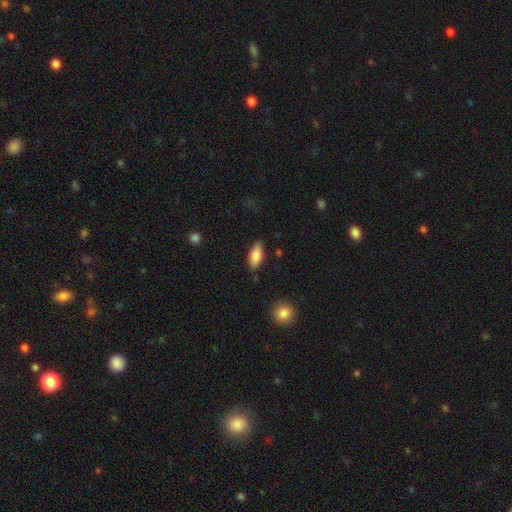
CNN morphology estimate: Smooth or featured?
  - smooth: 84% *
  - featured or disk: 10%
  - star or artifact: 6%
How rounded?
  - in between: 86% *
  - cigar-shaped: 12%
  - round: 2%
Merging?
  - none: 85% *
  - minor disturbance: 11%
  - major disturbance: 2%
  - merger: 2%